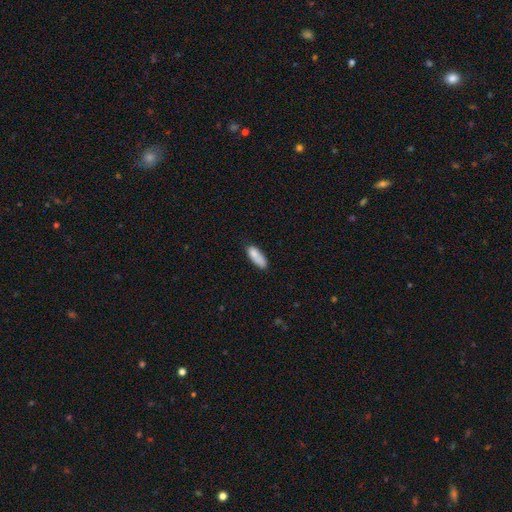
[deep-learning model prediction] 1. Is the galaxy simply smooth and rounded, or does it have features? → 83% smooth, 9% featured or disk, 7% star or artifact.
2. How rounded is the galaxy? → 69% in between, 28% cigar-shaped, 2% round.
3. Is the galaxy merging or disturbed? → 63% none, 25% minor disturbance, 6% major disturbance, 5% merger.